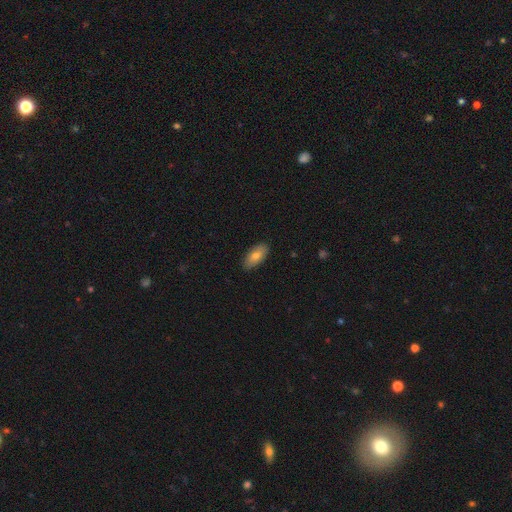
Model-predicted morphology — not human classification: Overall: smooth (74%). How rounded: in between (90%). Merging: none (87%).